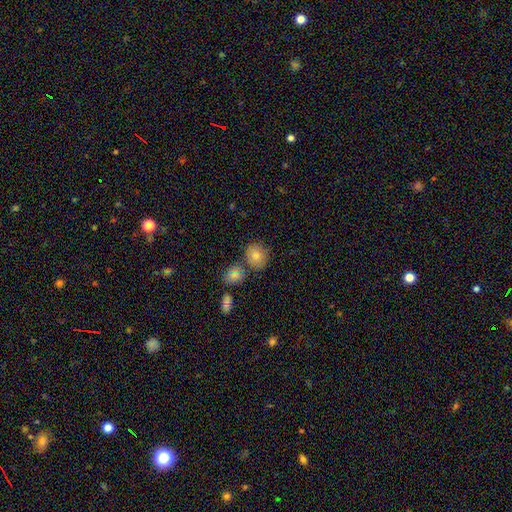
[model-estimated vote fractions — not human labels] A smooth galaxy with no disk features (77%) that is round (75%).

Vote fractions:
- Smooth or featured? smooth: 77% / featured or disk: 12% / star or artifact: 11%
- How rounded? round: 75% / in between: 23% / cigar-shaped: 1%
- Merging? none: 70% / merger: 16% / minor disturbance: 11% / major disturbance: 3%